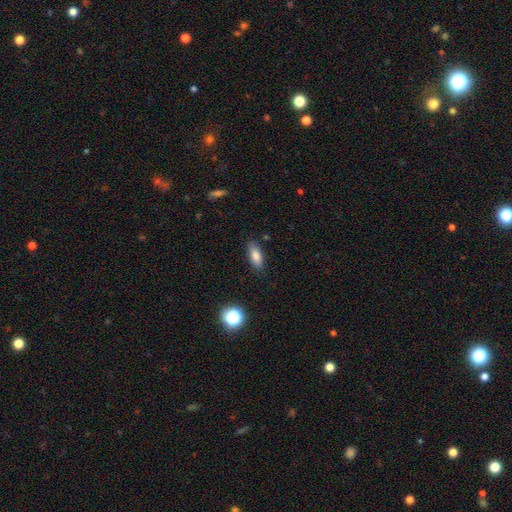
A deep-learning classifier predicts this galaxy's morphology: The model was most divided on "how rounded": in between: 77%, cigar-shaped: 20%, round: 3%. More confident: merging — none (85%); smooth or featured — smooth (82%).